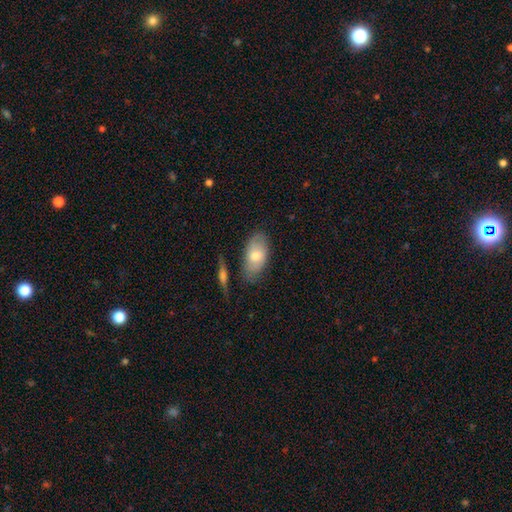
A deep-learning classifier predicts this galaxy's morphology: Smooth or featured?
  - smooth: 70% *
  - featured or disk: 24%
  - star or artifact: 6%
How rounded?
  - in between: 93% *
  - round: 5%
  - cigar-shaped: 3%
Merging?
  - none: 71% *
  - minor disturbance: 19%
  - merger: 6%
  - major disturbance: 5%